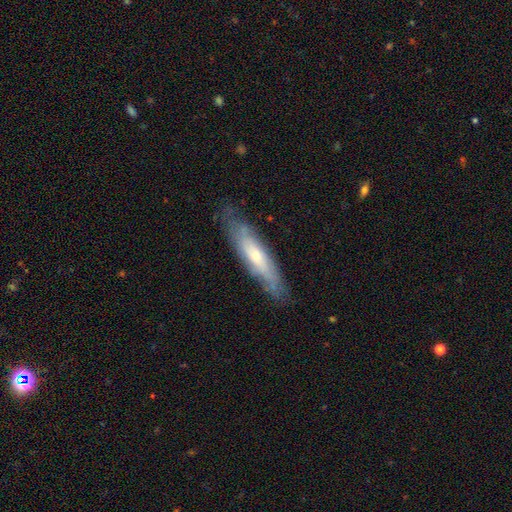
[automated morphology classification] Smooth or featured? featured or disk (54%)
Edge-on disk? yes (50%, tied with no)
Merging? none (75%)